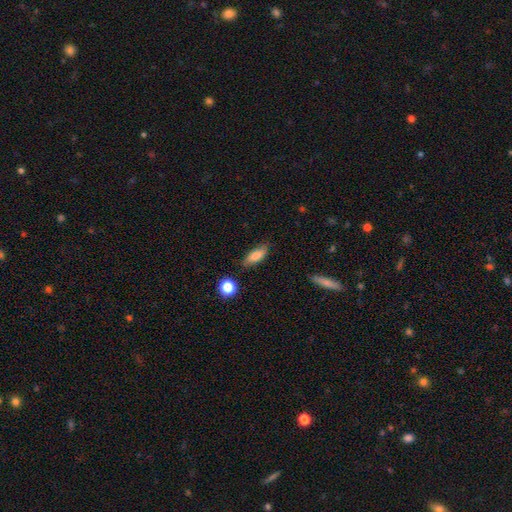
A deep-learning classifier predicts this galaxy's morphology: smooth 78%, featured or disk 14%, star or artifact 8%. Down the decision tree: how rounded — in between (70%); merging — none (80%).